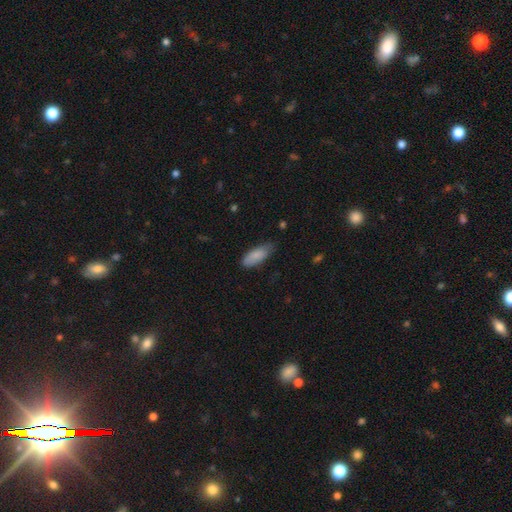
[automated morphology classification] type=smooth (86%); roundness=in between (81%); merging=none (65%).